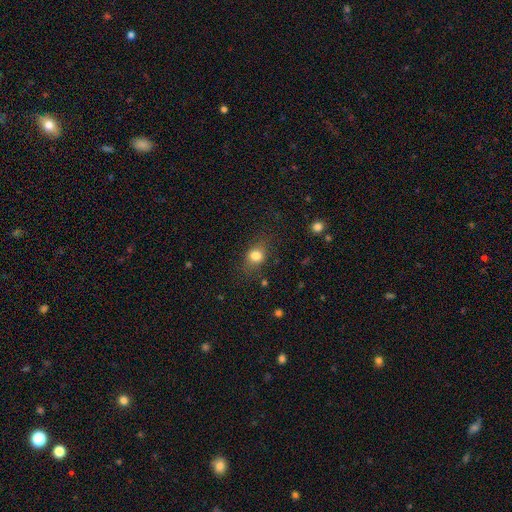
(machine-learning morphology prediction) Smooth or featured? smooth (79%)
How rounded? round (50%)
Merging? none (72%)